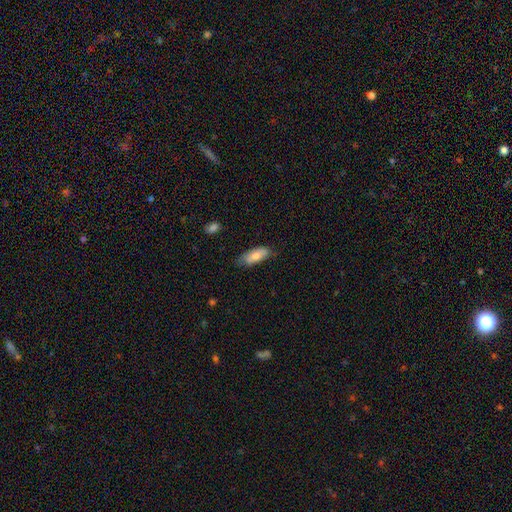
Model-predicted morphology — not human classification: smooth-or-featured: smooth: 80% | featured or disk: 14% | star or artifact: 6%
  how-rounded: in between: 77% | cigar-shaped: 21% | round: 2%
  merging: none: 68% | minor disturbance: 26% | major disturbance: 5% | merger: 2%